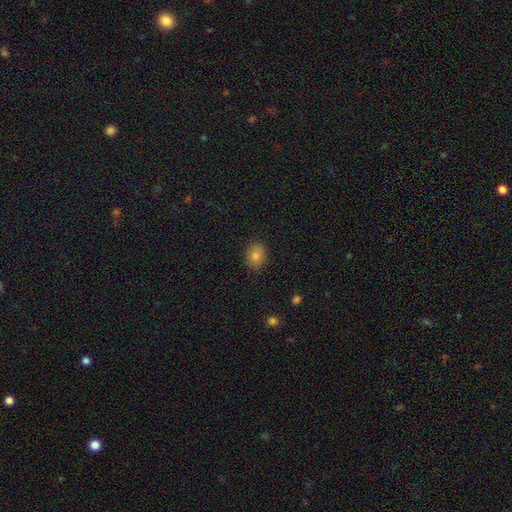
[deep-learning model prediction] This appears to be a smooth galaxy with no disk features (80%) that is in between round and cigar-shaped (57%). Merging: none (86%).